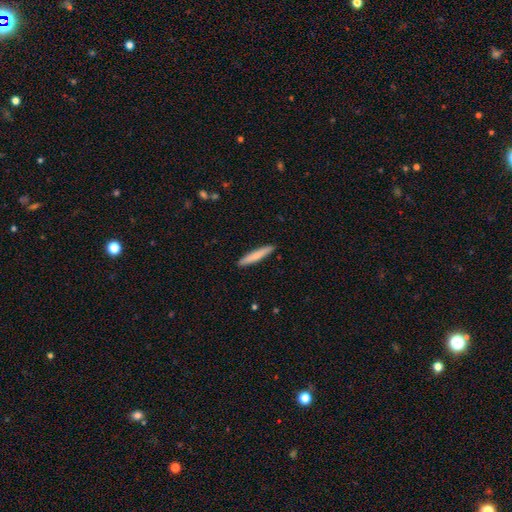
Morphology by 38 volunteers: Smooth or featured? smooth (66%)
How rounded? cigar-shaped (96%)
Merging? none (97%)